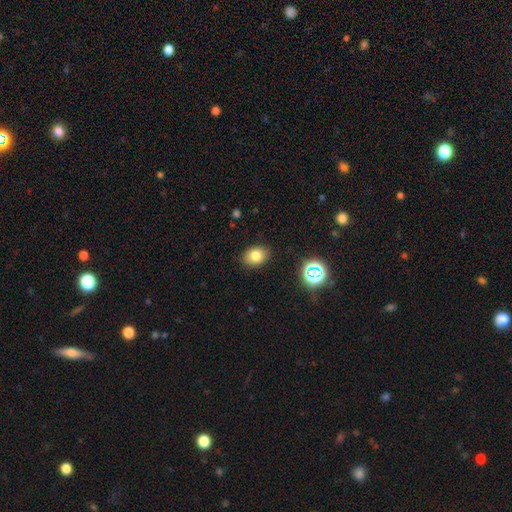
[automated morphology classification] This is likely a smooth galaxy (78%). How rounded: likely in between (67%). Merging: clearly none (87%).